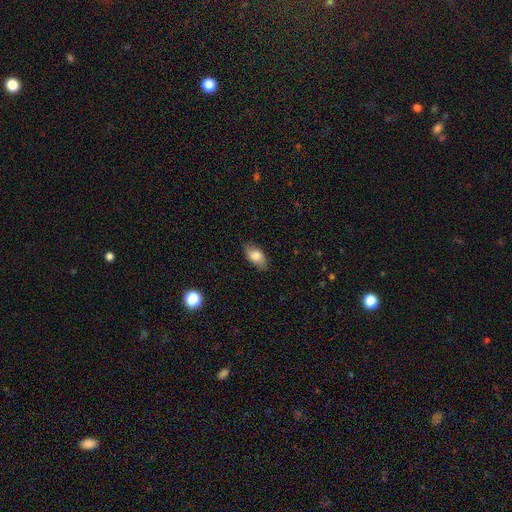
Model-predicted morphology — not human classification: This appears to be a smooth galaxy with no disk features (74%) that is in between round and cigar-shaped (90%). Merging: none (80%).